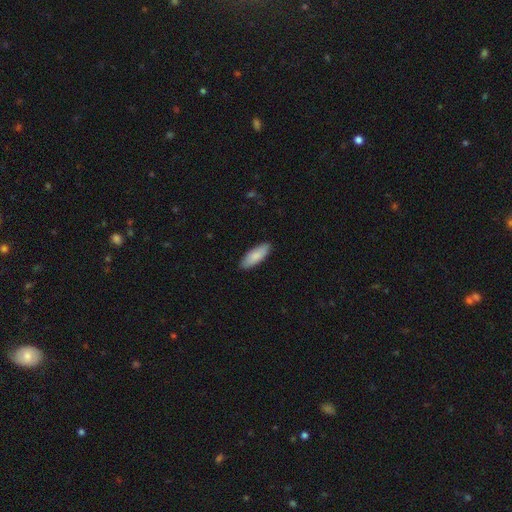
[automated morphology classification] type=smooth (87%); roundness=in between (69%); merging=none (89%).